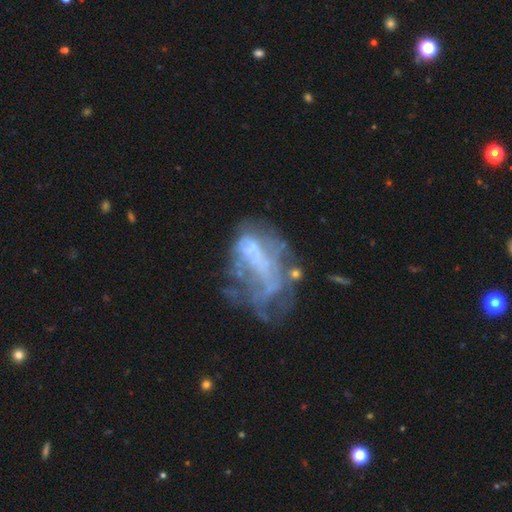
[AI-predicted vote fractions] Morphology: type=featured or disk (65%); edge-on=no (98%); bar=no (84%); spiral arms=no (85%); bulge=none (67%); merging=major disturbance (42%).